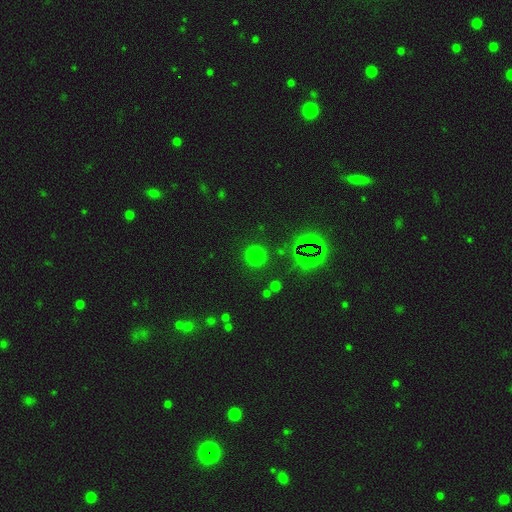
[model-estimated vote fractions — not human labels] Morphology: type=smooth (67%); roundness=round (93%); merging=none (87%).